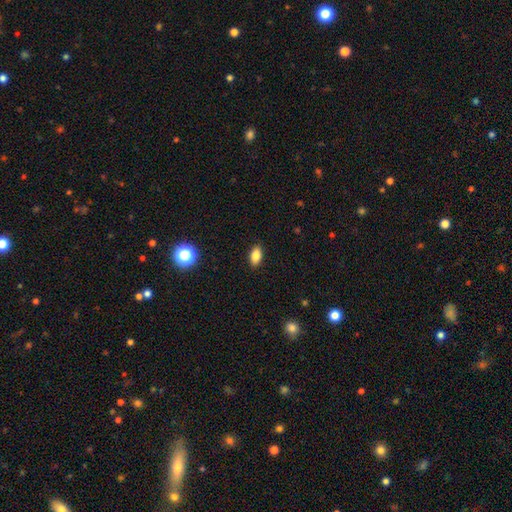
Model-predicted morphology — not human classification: Smooth or featured? smooth (82%)
How rounded? in between (88%)
Merging? none (89%)